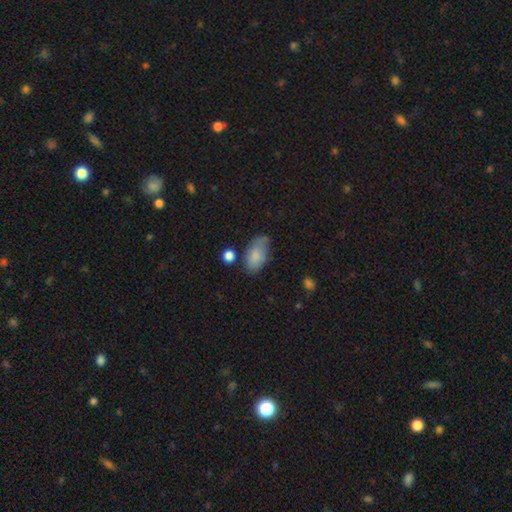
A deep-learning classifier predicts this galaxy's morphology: smooth_or_featured: smooth (p=0.77) [alt: featured or disk p=0.16]
how_rounded: in between (p=0.92) [alt: round p=0.05]
merging: none (p=0.54) [alt: minor disturbance p=0.31]